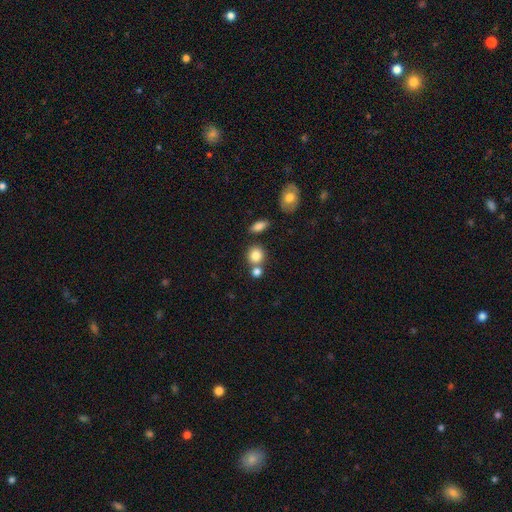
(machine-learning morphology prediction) This is clearly a smooth galaxy (83%). How rounded: likely round (80%). Merging: likely none (60%).